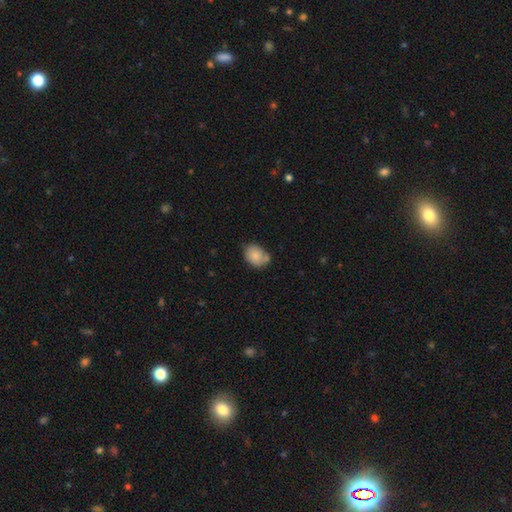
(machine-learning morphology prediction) Smooth or featured? smooth (83%)
How rounded? in between (59%)
Merging? none (57%)